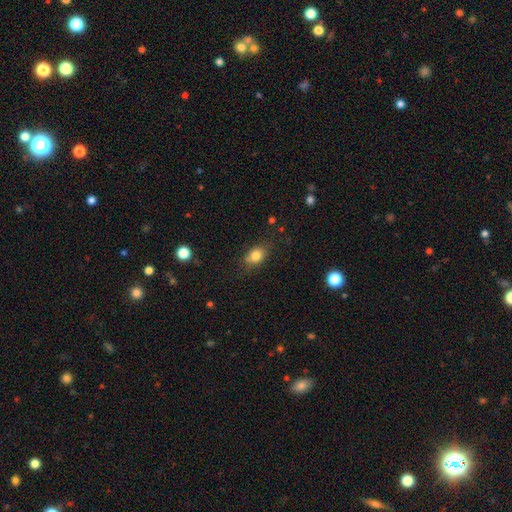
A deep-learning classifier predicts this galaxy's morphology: This appears to be a smooth galaxy with no disk features (81%) that is in between round and cigar-shaped (65%). Merging: none (74%).